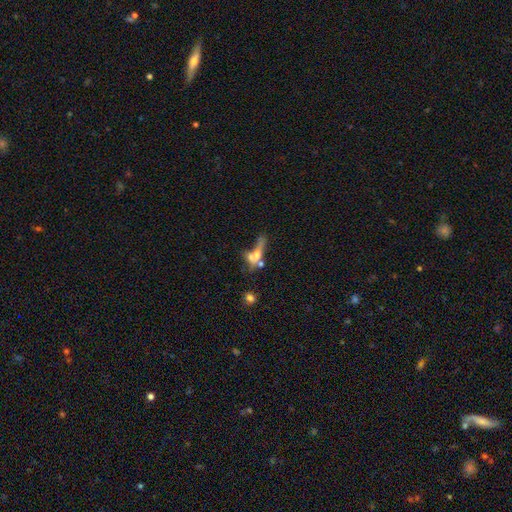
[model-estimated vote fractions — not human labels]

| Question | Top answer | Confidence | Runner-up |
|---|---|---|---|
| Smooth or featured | smooth | 44% | featured or disk (42%) |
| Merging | merger | 44% | none (24%) |